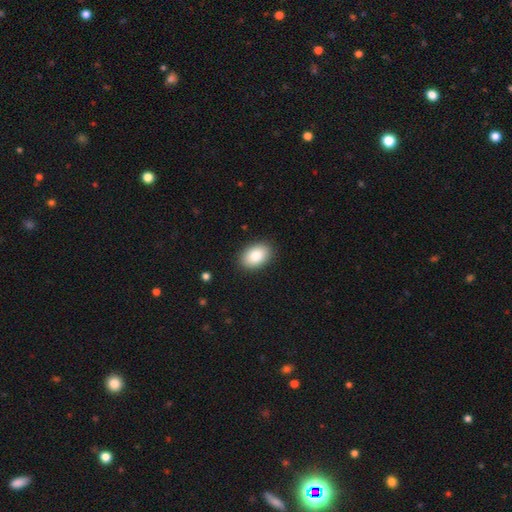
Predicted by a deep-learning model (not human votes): smooth-or-featured: smooth: 85% | featured or disk: 8% | star or artifact: 7%
  how-rounded: in between: 87% | round: 12% | cigar-shaped: 1%
  merging: none: 89% | minor disturbance: 8% | major disturbance: 2% | merger: 1%